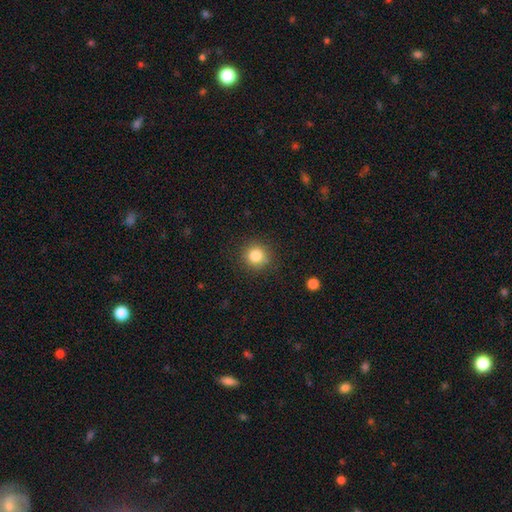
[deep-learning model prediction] smooth-or-featured: smooth: 84% | star or artifact: 11% | featured or disk: 5%
  how-rounded: round: 93% | in between: 6% | cigar-shaped: 1%
  merging: none: 88% | minor disturbance: 8% | major disturbance: 3% | merger: 1%